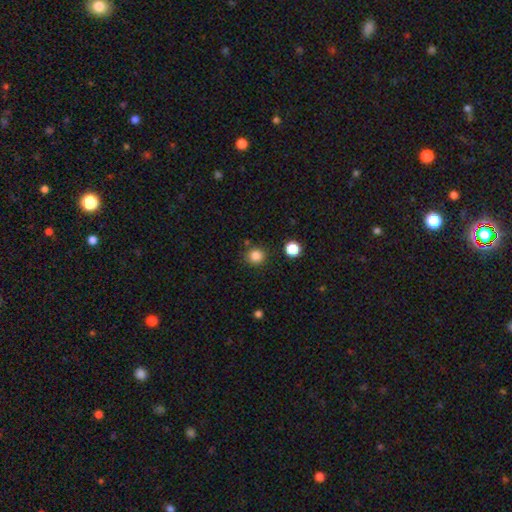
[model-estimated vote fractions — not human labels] Smooth or featured? smooth (85%)
How rounded? round (91%)
Merging? none (85%)